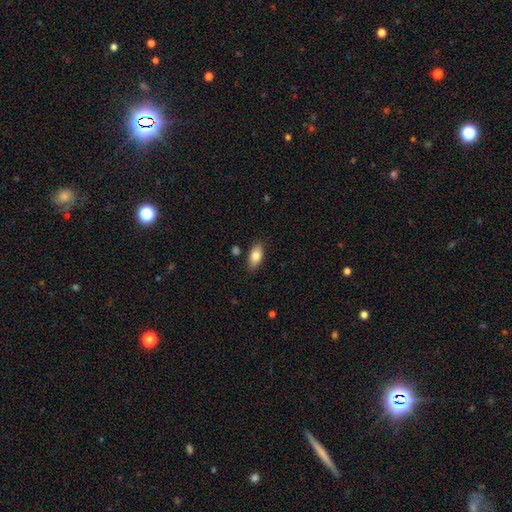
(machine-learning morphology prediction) Smooth or featured: smooth — 80% (featured or disk — 13%)
How rounded: in between — 90% (cigar-shaped — 6%)
Merging: none — 84% (minor disturbance — 11%)